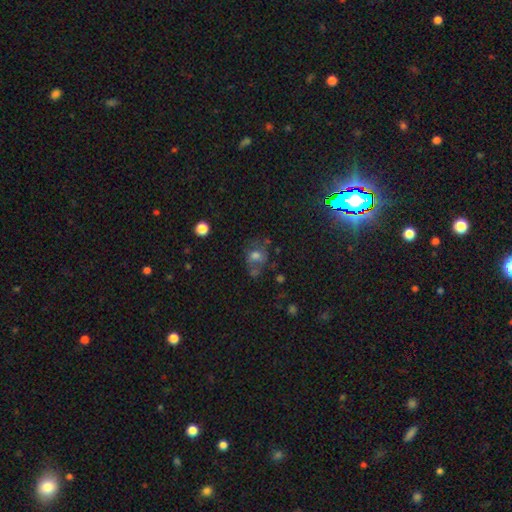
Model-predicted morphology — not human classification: Q: Smooth or featured?
A: smooth (57%); runner-up: featured or disk (26%)
Q: How rounded?
A: round (57%); runner-up: in between (42%)
Q: Merging?
A: none (44%); runner-up: minor disturbance (22%)